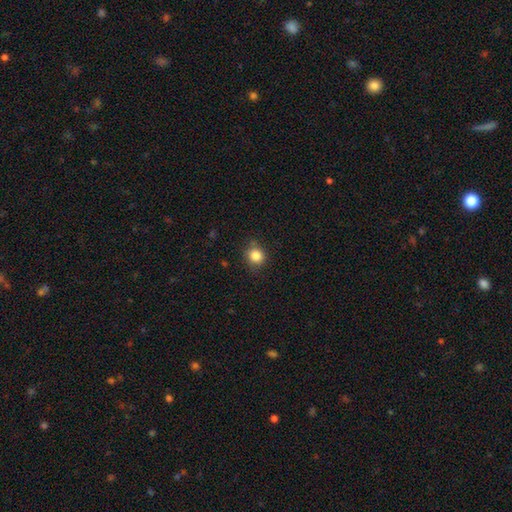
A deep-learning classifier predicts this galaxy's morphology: A smooth galaxy with no disk features (84%) that is round (82%).

Vote fractions:
- Smooth or featured? smooth: 84% / star or artifact: 11% / featured or disk: 5%
- How rounded? round: 82% / in between: 17% / cigar-shaped: 1%
- Merging? none: 80% / minor disturbance: 15% / major disturbance: 3% / merger: 2%